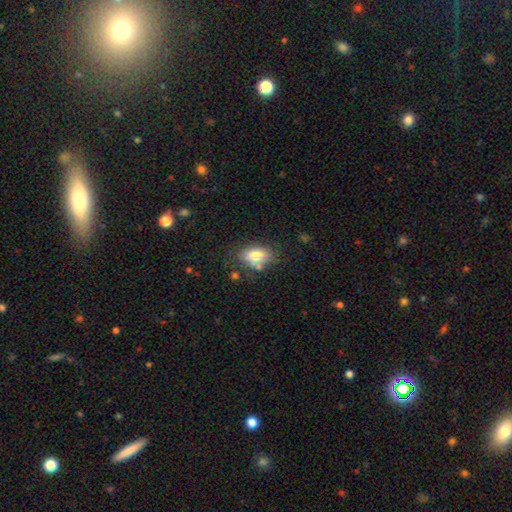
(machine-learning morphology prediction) smooth_or_featured: smooth (p=0.77) [alt: featured or disk p=0.15]
how_rounded: in between (p=0.87) [alt: round p=0.10]
merging: none (p=0.64) [alt: minor disturbance p=0.19]